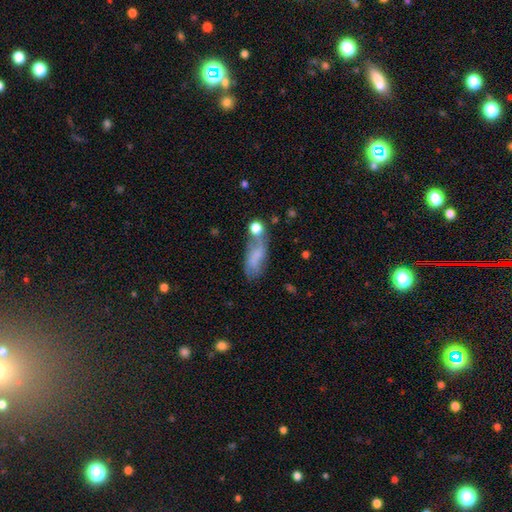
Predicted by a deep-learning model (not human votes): This appears to be a smooth galaxy with no disk features (52%) that is in between round and cigar-shaped (70%). Merging: none (39%).